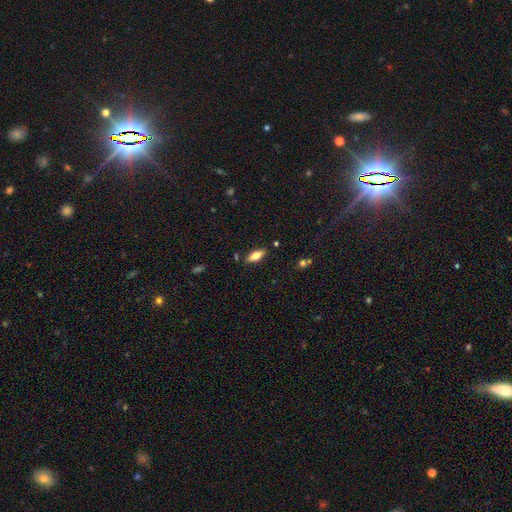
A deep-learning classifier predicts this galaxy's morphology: type=smooth (64%); roundness=in between (76%); merging=none (84%).